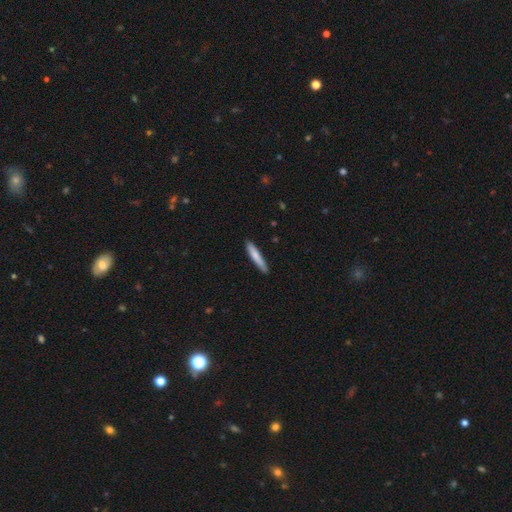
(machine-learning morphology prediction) This appears to be a smooth galaxy with no disk features (77%) that is cigar-shaped (92%). Merging: none (85%).